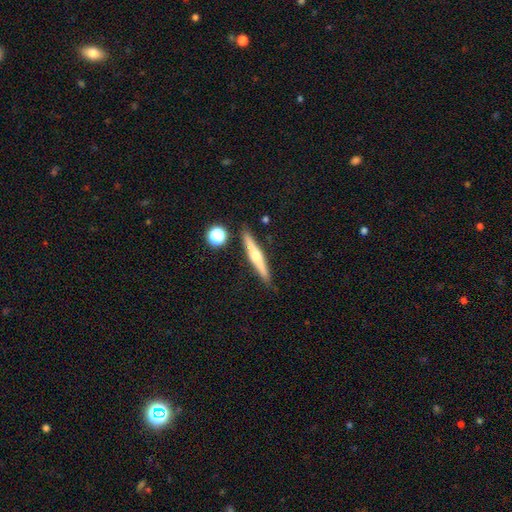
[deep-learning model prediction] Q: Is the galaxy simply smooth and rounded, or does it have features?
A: featured or disk — 57%.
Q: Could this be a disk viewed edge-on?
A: yes — 97%.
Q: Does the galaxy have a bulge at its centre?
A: rounded — 83%.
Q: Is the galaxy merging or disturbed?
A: none — 88%.